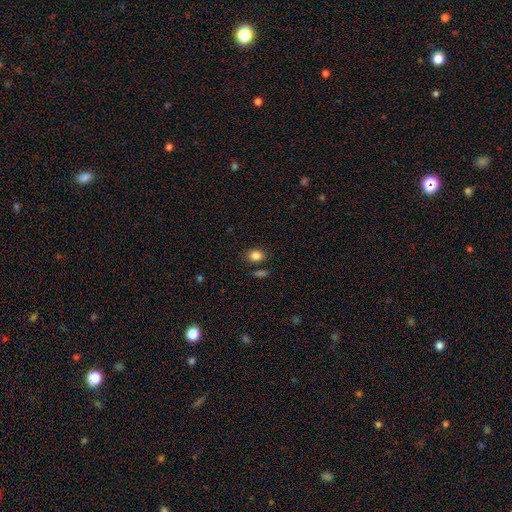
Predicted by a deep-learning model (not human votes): Smooth or featured? smooth (84%)
How rounded? in between (62%)
Merging? none (81%)